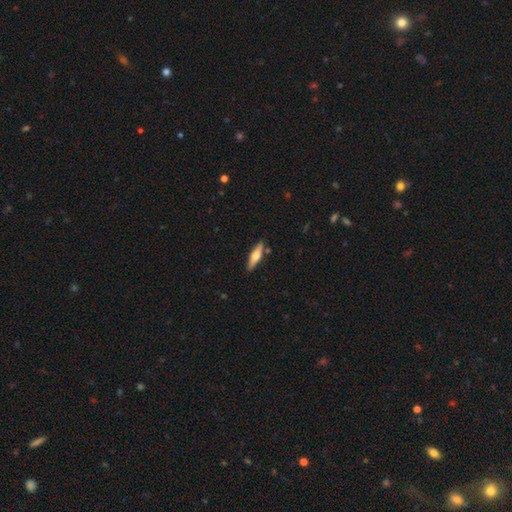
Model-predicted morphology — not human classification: Smooth or featured?
  - smooth: 50% *
  - featured or disk: 45%
  - star or artifact: 6%
Merging?
  - none: 85% *
  - minor disturbance: 10%
  - merger: 3%
  - major disturbance: 2%